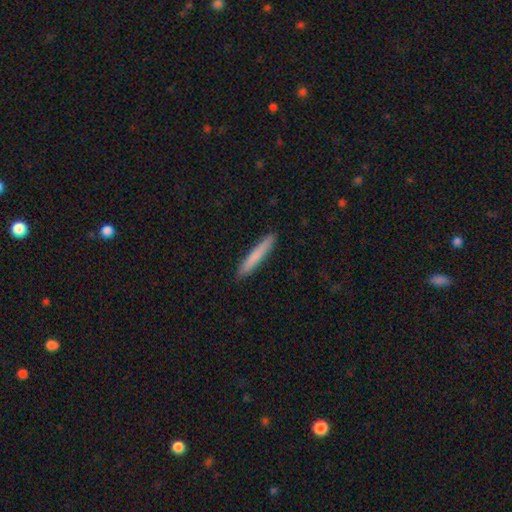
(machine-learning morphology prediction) Q: Smooth or featured?
A: smooth (80%); runner-up: featured or disk (15%)
Q: How rounded?
A: cigar-shaped (95%); runner-up: in between (4%)
Q: Merging?
A: none (91%); runner-up: minor disturbance (6%)